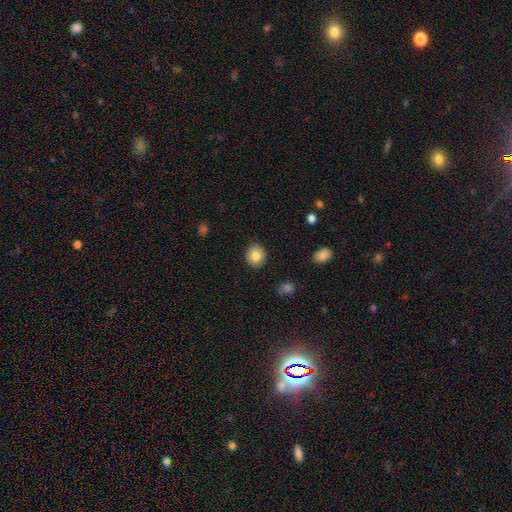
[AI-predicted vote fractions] Smooth or featured? Predicted: smooth (p=0.82). How rounded? Predicted: round (p=0.81). Merging? Predicted: none (p=0.90).